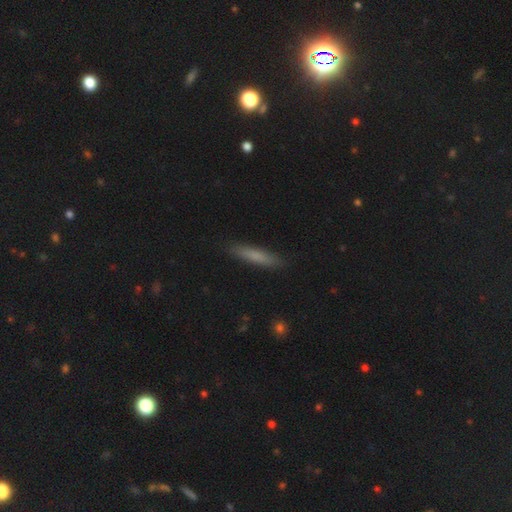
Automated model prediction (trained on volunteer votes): smooth-or-featured: smooth: 74% | featured or disk: 19% | star or artifact: 7%
  how-rounded: cigar-shaped: 89% | in between: 10% | round: 1%
  merging: none: 88% | minor disturbance: 9% | major disturbance: 2% | merger: 1%